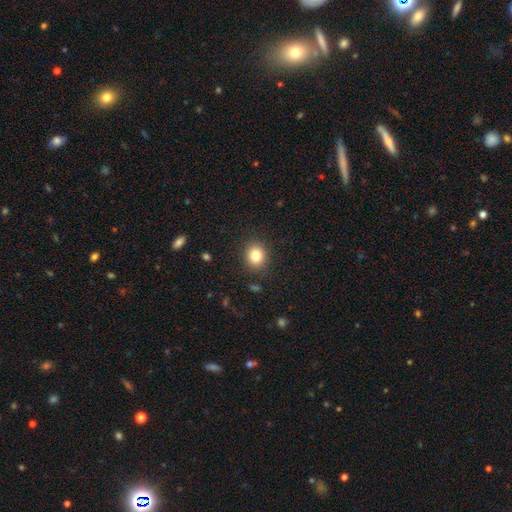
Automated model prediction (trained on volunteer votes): smooth-or-featured: smooth: 83% | star or artifact: 11% | featured or disk: 6%
  how-rounded: round: 74% | in between: 25% | cigar-shaped: 1%
  merging: none: 88% | minor disturbance: 8% | major disturbance: 3% | merger: 1%